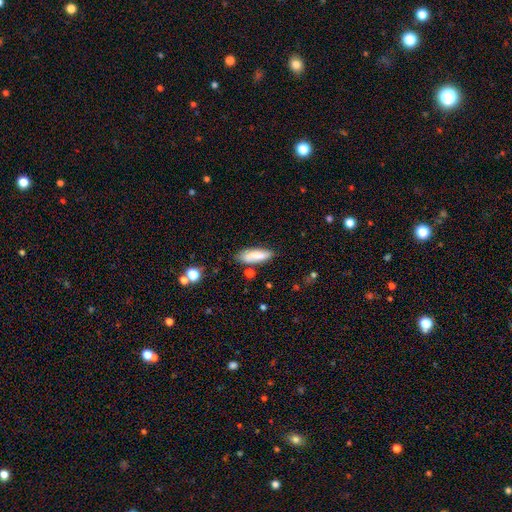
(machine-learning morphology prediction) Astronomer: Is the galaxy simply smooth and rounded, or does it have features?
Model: smooth — 75%.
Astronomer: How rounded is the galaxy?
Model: in between — 59% (runner-up: cigar-shaped, 39%).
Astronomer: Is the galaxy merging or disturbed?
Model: none — 71%.